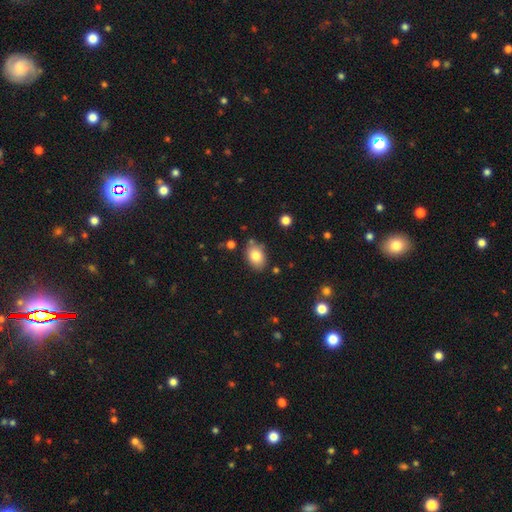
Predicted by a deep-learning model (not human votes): smooth-or-featured: smooth: 82% | featured or disk: 10% | star or artifact: 8%
  how-rounded: in between: 80% | round: 19% | cigar-shaped: 1%
  merging: none: 79% | minor disturbance: 14% | merger: 4% | major disturbance: 3%